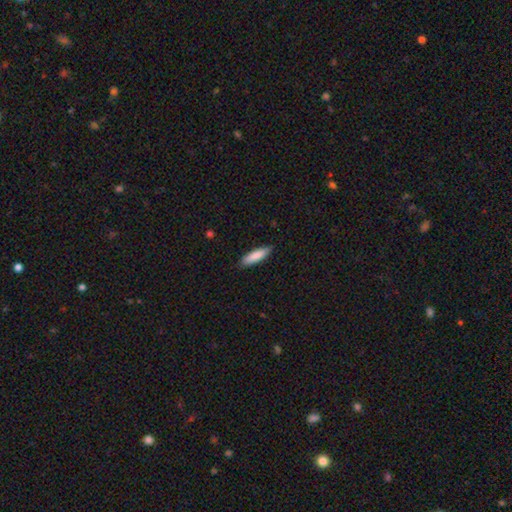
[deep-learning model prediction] smooth_or_featured: smooth (p=0.85) [alt: featured or disk p=0.10]
how_rounded: cigar-shaped (p=0.67) [alt: in between p=0.32]
merging: none (p=0.87) [alt: minor disturbance p=0.10]